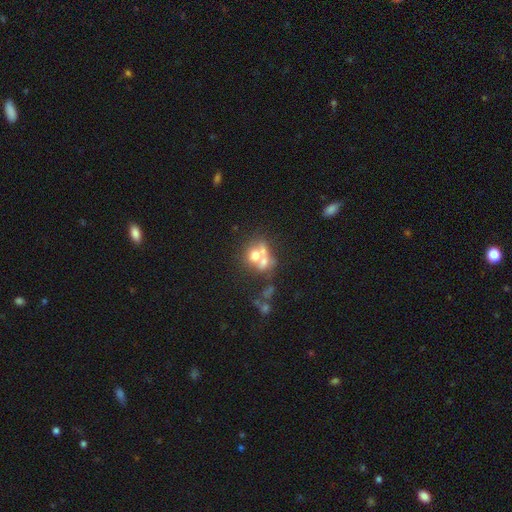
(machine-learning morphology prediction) Smooth or featured: smooth — 50% (featured or disk — 34%)
How rounded: round — 67% (in between — 31%)
Merging: merger — 56% (none — 26%)